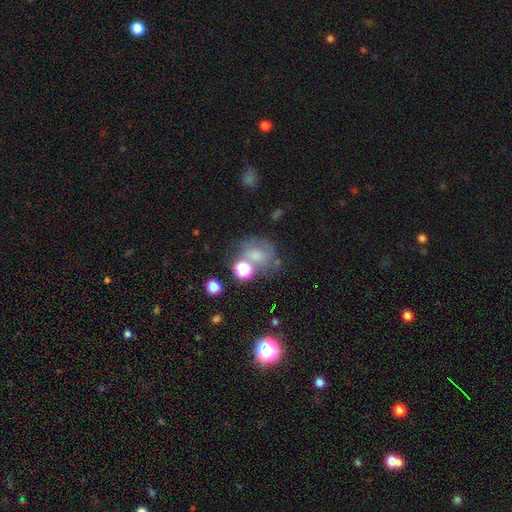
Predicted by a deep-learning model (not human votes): This is possibly a smooth galaxy (53%). How rounded: likely round (61%). Merging: marginally none (40%).